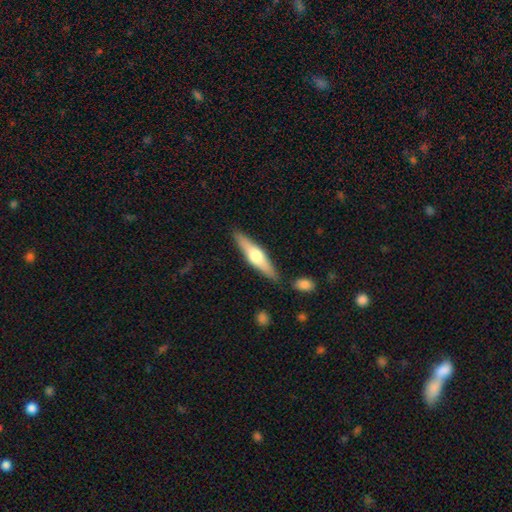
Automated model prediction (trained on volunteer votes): Smooth or featured? Predicted: featured or disk (p=0.53). Edge-on disk? Predicted: yes (p=0.94). Edge-on bulge? Predicted: rounded (p=0.91). Merging? Predicted: none (p=0.85).